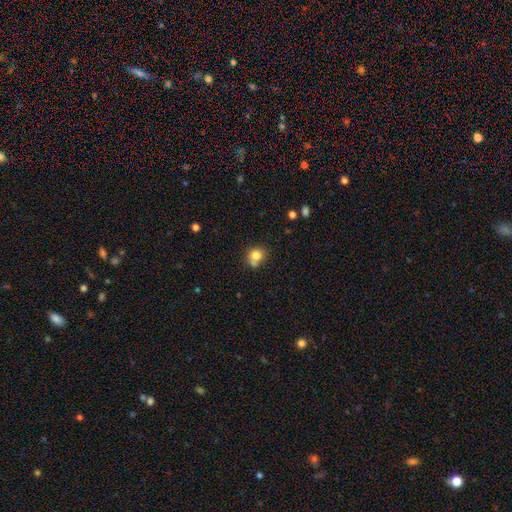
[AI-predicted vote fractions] A smooth galaxy with no disk features (79%) that is round (74%).

Vote fractions:
- Smooth or featured? smooth: 79% / star or artifact: 11% / featured or disk: 10%
- How rounded? round: 74% / in between: 25% / cigar-shaped: 1%
- Merging? none: 51% / merger: 24% / minor disturbance: 18% / major disturbance: 6%